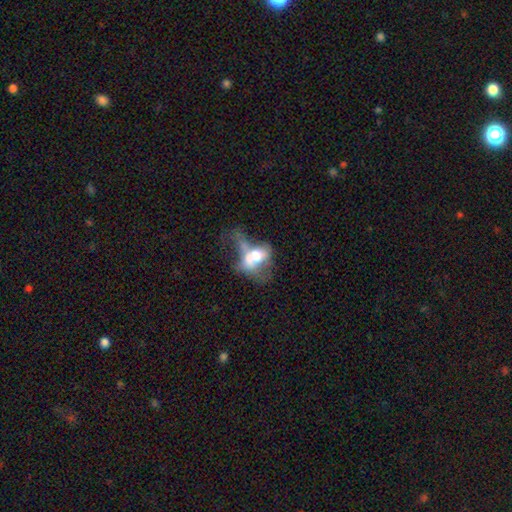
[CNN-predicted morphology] Overall: featured or disk (45%, tied with smooth). Merging: major disturbance (40%; merger 33%).